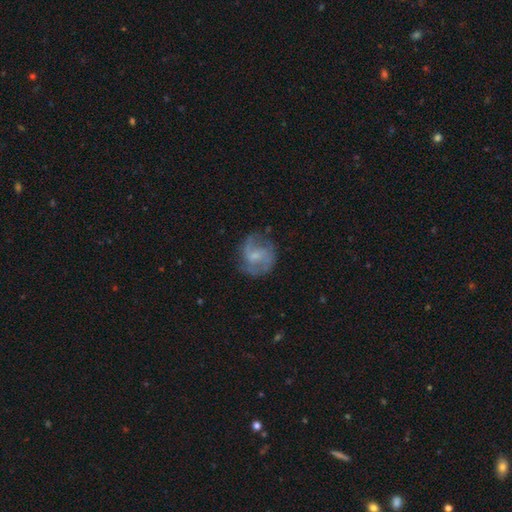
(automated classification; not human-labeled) Smooth or featured? Predicted: featured or disk (p=0.68). Edge-on disk? Predicted: no (p=0.98). Bar? Predicted: weak (p=0.50). Spiral arms? Predicted: yes (p=0.87). Spiral winding? Predicted: medium (p=0.49). Spiral arm count? Predicted: 2 (p=0.71). Bulge size? Predicted: small (p=0.52). Merging? Predicted: none (p=0.65).